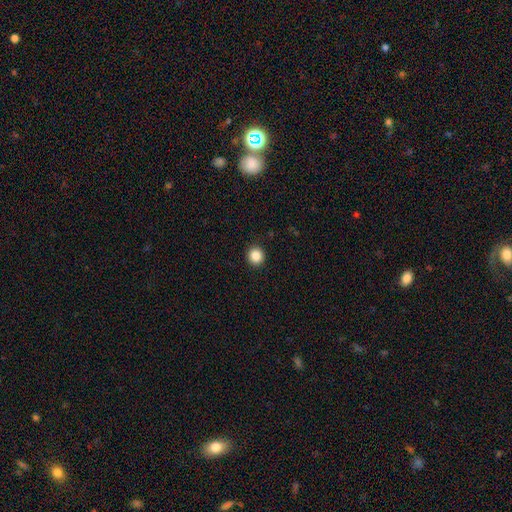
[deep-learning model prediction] Q: Smooth or featured?
A: smooth (87%); runner-up: star or artifact (10%)
Q: How rounded?
A: round (92%); runner-up: in between (7%)
Q: Merging?
A: none (92%); runner-up: minor disturbance (5%)